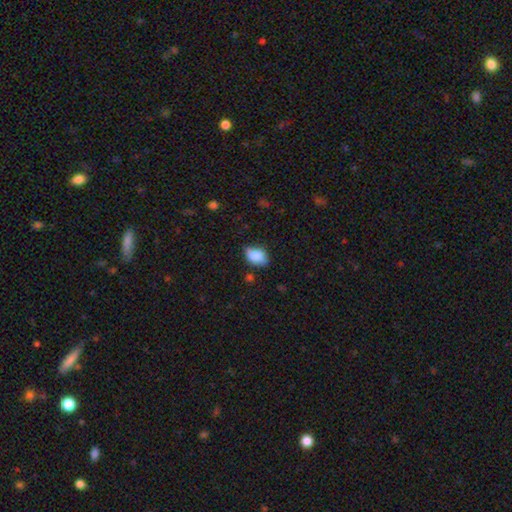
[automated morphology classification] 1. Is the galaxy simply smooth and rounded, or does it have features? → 82% smooth, 10% featured or disk, 8% star or artifact.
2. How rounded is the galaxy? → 83% in between, 15% round, 2% cigar-shaped.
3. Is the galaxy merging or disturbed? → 64% none, 28% minor disturbance, 5% major disturbance, 3% merger.